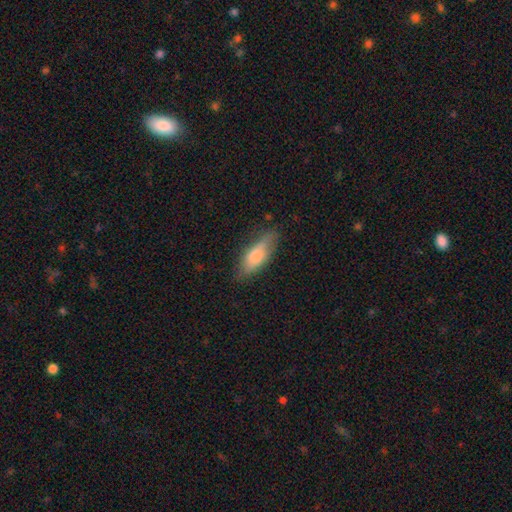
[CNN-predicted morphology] This appears to be a smooth galaxy with no disk features (75%) that is in between round and cigar-shaped (62%). Merging: none (69%).